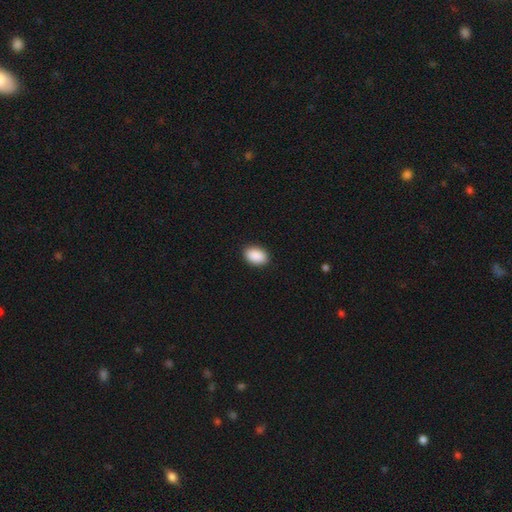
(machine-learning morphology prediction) Smooth or featured? Predicted: smooth (p=0.91). How rounded? Predicted: in between (p=0.87). Merging? Predicted: none (p=0.90).